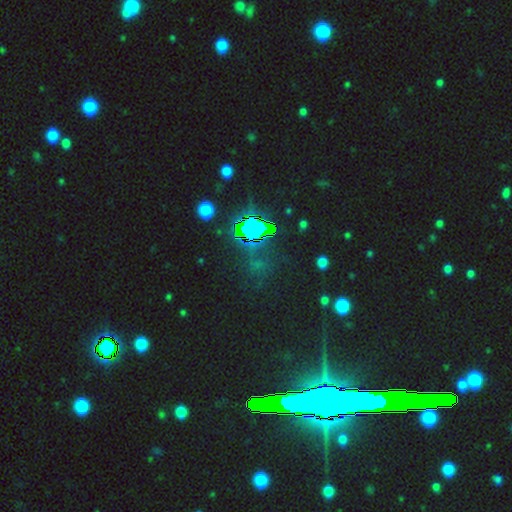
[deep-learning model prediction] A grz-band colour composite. It shows a star or artifact, not a galaxy (83%).